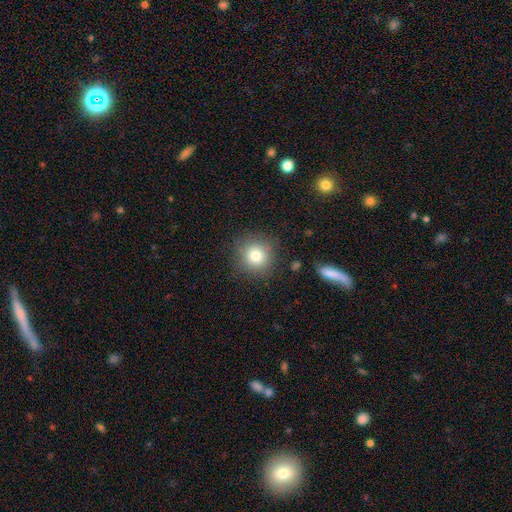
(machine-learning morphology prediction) Smooth or featured: smooth — 80% (star or artifact — 11%)
How rounded: round — 91% (in between — 8%)
Merging: none — 85% (minor disturbance — 10%)